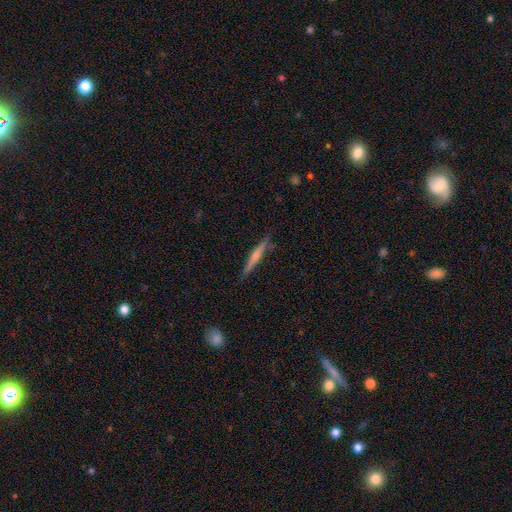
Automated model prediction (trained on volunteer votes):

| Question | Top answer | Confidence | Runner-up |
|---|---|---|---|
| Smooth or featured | featured or disk | 52% | smooth (42%) |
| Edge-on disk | yes | 97% | no (3%) |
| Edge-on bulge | rounded | 58% | none (30%) |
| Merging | none | 86% | minor disturbance (10%) |